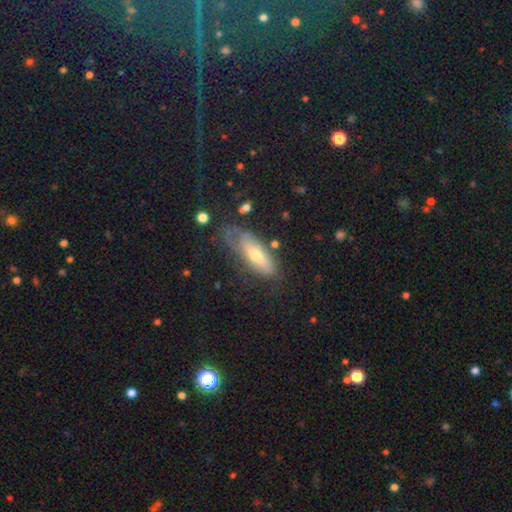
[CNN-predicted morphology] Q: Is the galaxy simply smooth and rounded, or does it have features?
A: featured or disk — 47%.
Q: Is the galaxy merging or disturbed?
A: none — 51%.